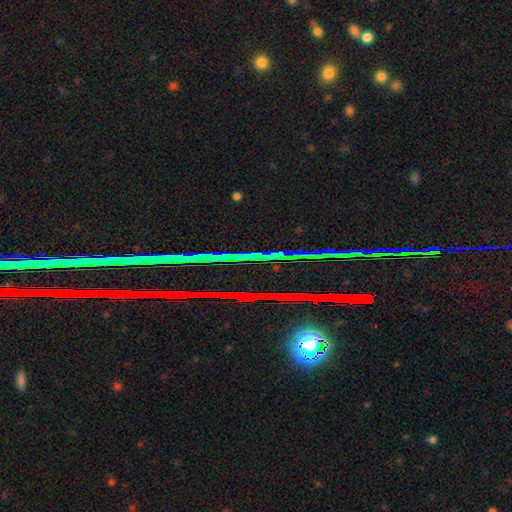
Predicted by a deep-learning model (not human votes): smooth-or-featured: star or artifact: 81% | featured or disk: 12% | smooth: 8%